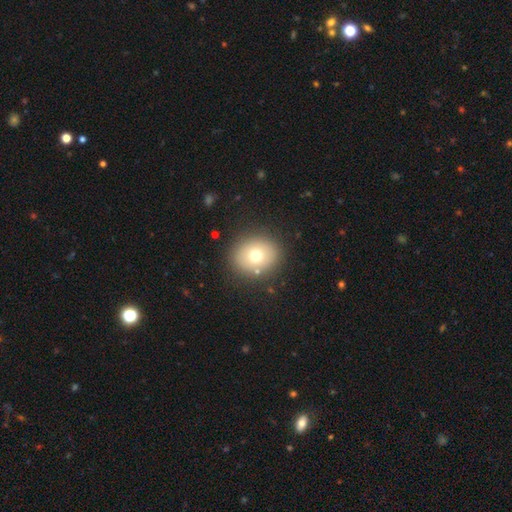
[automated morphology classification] A smooth galaxy with no disk features (70%) that is round (76%). Merging: none (86%).